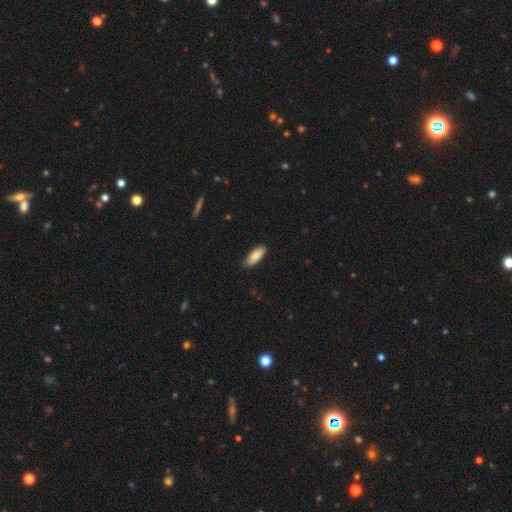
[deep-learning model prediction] smooth 86%, featured or disk 8%, star or artifact 6%. Down the decision tree: how rounded — in between (75%); merging — none (85%).